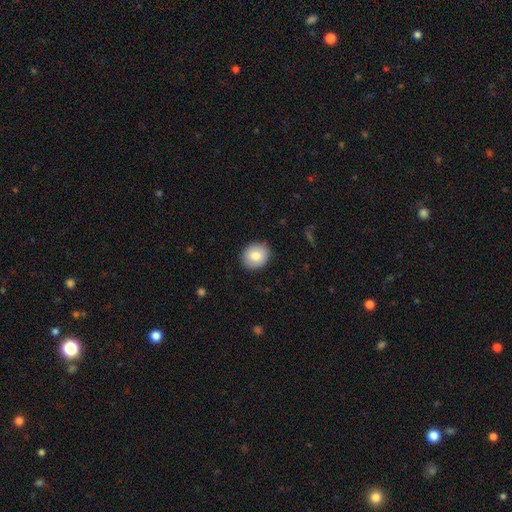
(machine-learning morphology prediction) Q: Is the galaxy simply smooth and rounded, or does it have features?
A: smooth — 80%.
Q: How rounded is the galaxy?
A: round — 68%.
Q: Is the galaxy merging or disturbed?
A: none — 88%.